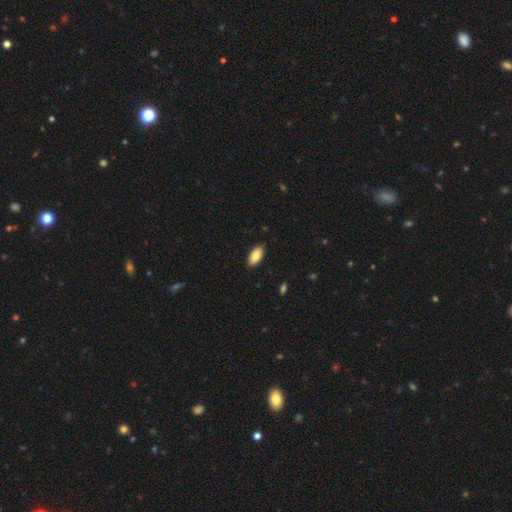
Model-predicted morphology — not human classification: A smooth galaxy with no disk features (85%) that is in between round and cigar-shaped (93%).

Vote fractions:
- Smooth or featured? smooth: 85% / featured or disk: 9% / star or artifact: 6%
- How rounded? in between: 93% / cigar-shaped: 5% / round: 2%
- Merging? none: 90% / minor disturbance: 8% / major disturbance: 2% / merger: 1%